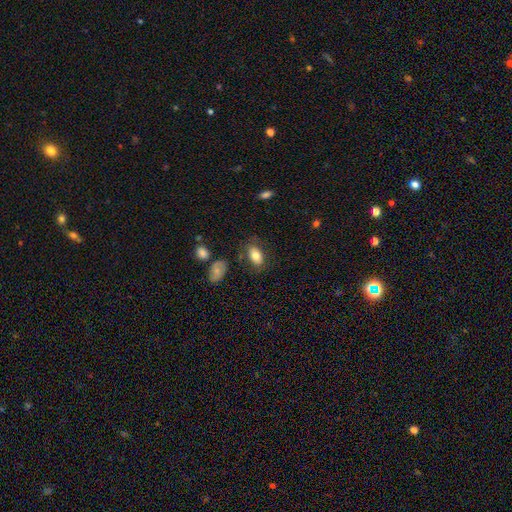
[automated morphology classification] Q: Smooth or featured?
A: smooth (78%); runner-up: featured or disk (14%)
Q: How rounded?
A: in between (90%); runner-up: round (8%)
Q: Merging?
A: none (74%); runner-up: minor disturbance (17%)